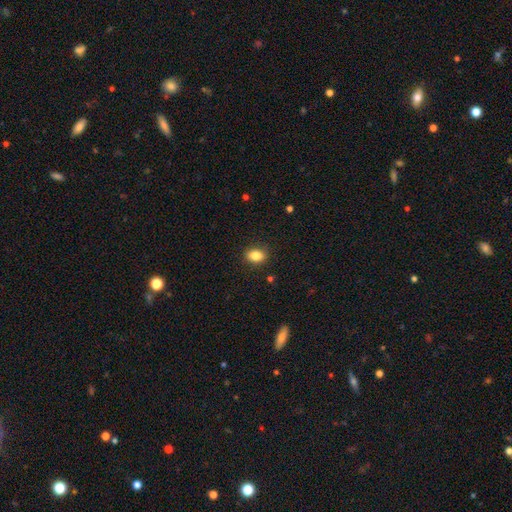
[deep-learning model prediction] This appears to be a smooth galaxy with no disk features (85%) that is in between round and cigar-shaped (77%). Merging: none (87%).